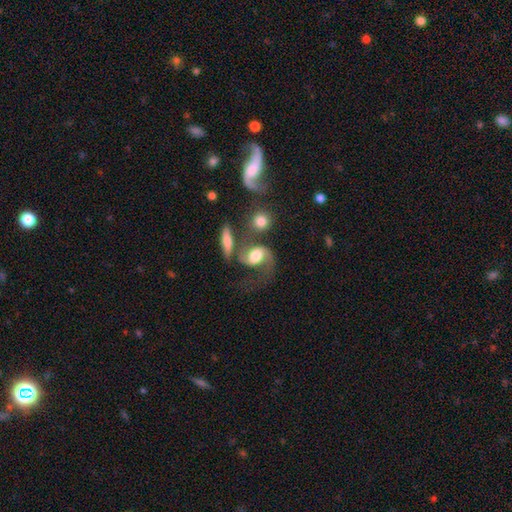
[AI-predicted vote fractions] Overall: featured or disk (71%). Edge-on disk: no (96%). Bar: no (45%; weak 39%). Spiral arms: yes (93%). Spiral arm count: 2 (87%). Spiral winding: loose (57%; medium 36%). Bulge size: moderate (44%; large 40%). Merging: none (37%; merger 28%).